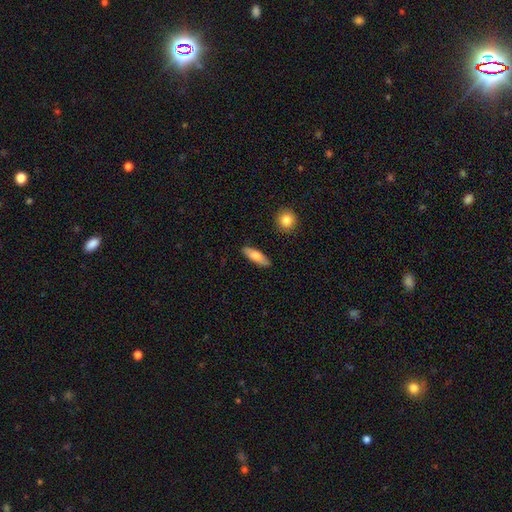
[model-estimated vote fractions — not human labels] A smooth galaxy with no disk features (77%) that is in between round and cigar-shaped (51%). Merging: none (87%).